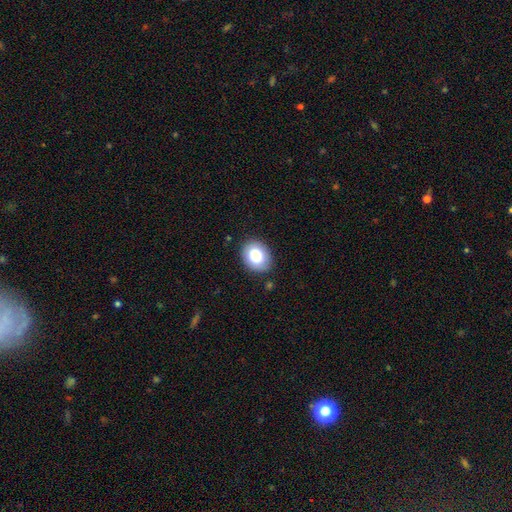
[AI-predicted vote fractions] Smooth or featured? smooth (84%)
How rounded? in between (61%)
Merging? none (84%)